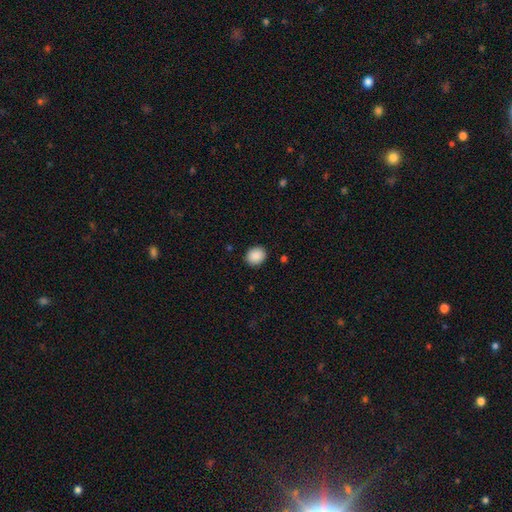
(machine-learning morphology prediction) Smooth or featured: smooth — 90% (star or artifact — 8%)
How rounded: round — 62% (in between — 37%)
Merging: none — 90% (minor disturbance — 7%)